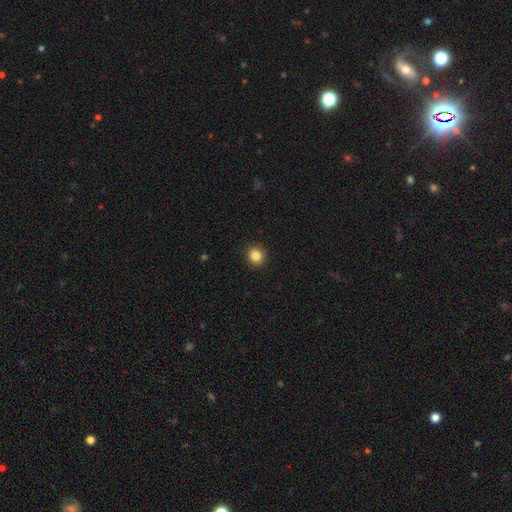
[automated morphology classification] This appears to be a smooth galaxy with no disk features (84%) that is round (91%). Merging: none (92%).